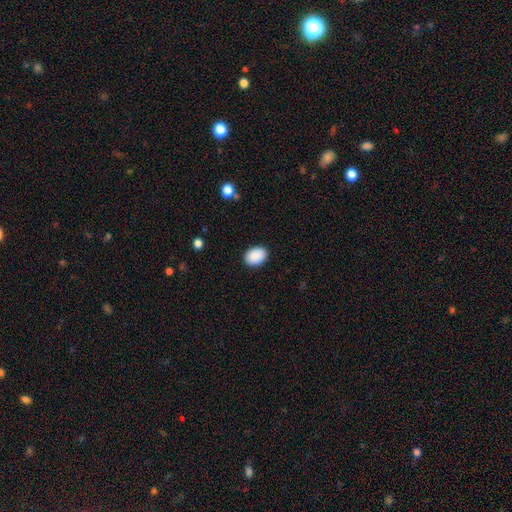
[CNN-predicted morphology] This appears to be a smooth galaxy with no disk features (91%) that is in between round and cigar-shaped (79%). Merging: none (90%).